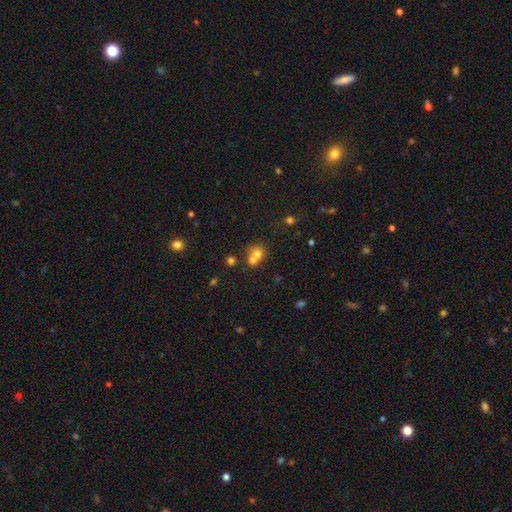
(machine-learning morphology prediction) type=smooth (69%); roundness=round (75%); merging=merger (60%).